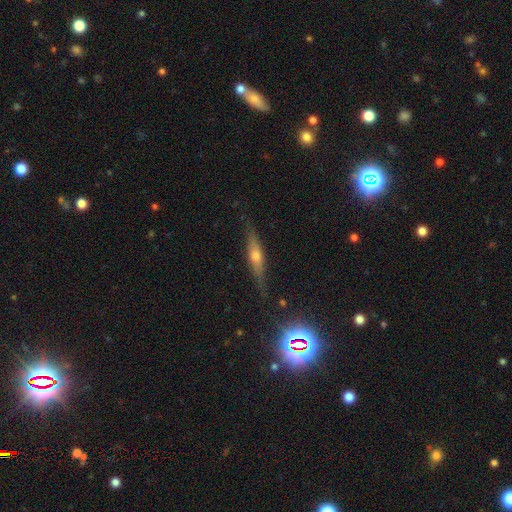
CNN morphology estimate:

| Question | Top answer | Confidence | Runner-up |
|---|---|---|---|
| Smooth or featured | featured or disk | 59% | smooth (29%) |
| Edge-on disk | yes | 94% | no (6%) |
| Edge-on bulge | rounded | 85% | boxy (8%) |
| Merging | none | 83% | minor disturbance (12%) |